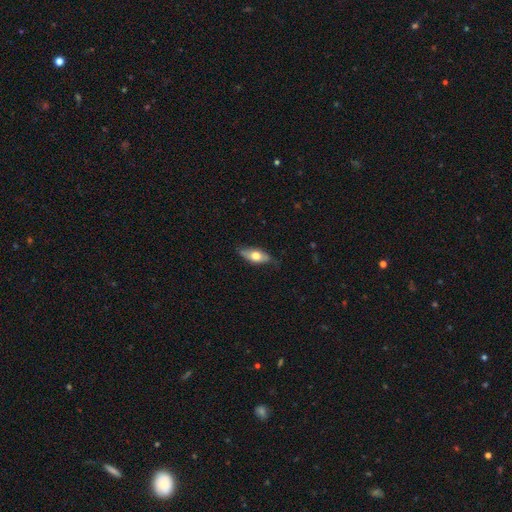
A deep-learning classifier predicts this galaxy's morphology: A smooth galaxy with no disk features (57%) that is in between round and cigar-shaped (77%). Merging: none (73%).